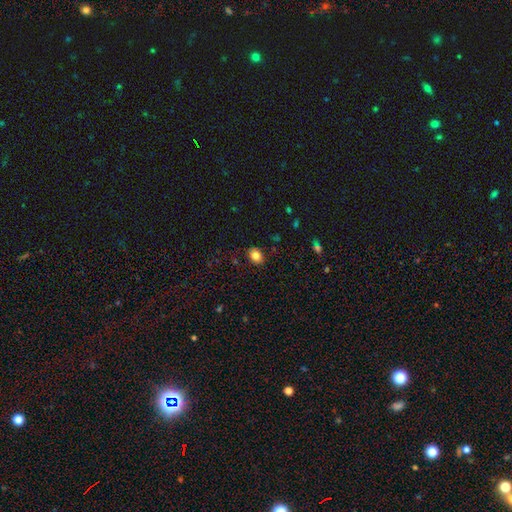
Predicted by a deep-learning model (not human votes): The model was most divided on "how rounded": in between: 53%, round: 46%, cigar-shaped: 1%. More confident: merging — none (87%); smooth or featured — smooth (83%).